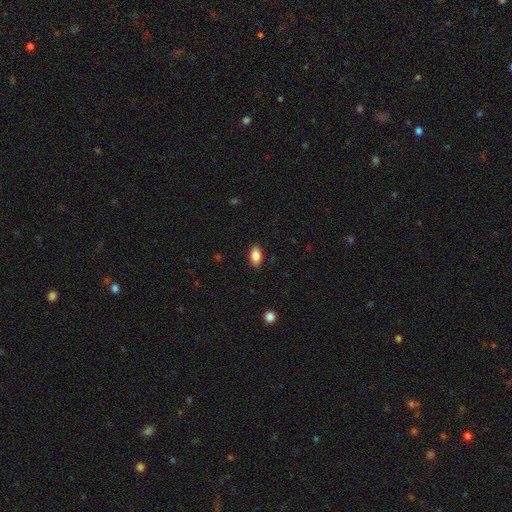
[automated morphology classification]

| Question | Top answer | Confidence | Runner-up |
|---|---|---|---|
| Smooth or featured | smooth | 85% | star or artifact (8%) |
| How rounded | in between | 92% | round (4%) |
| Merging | none | 89% | minor disturbance (8%) |